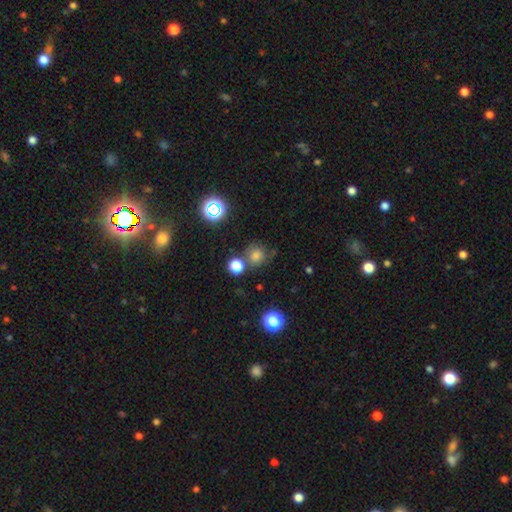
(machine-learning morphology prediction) A smooth galaxy with no disk features (72%) that is round (88%).

Vote fractions:
- Smooth or featured? smooth: 72% / star or artifact: 20% / featured or disk: 7%
- How rounded? round: 88% / in between: 11% / cigar-shaped: 1%
- Merging? none: 67% / merger: 14% / minor disturbance: 13% / major disturbance: 5%